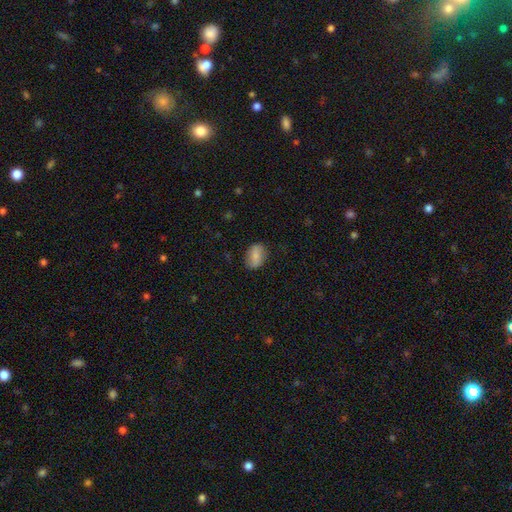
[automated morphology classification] A smooth galaxy with no disk features (77%) that is in between round and cigar-shaped (85%).

Vote fractions:
- Smooth or featured? smooth: 77% / featured or disk: 16% / star or artifact: 7%
- How rounded? in between: 85% / round: 13% / cigar-shaped: 2%
- Merging? none: 81% / minor disturbance: 14% / major disturbance: 3% / merger: 1%